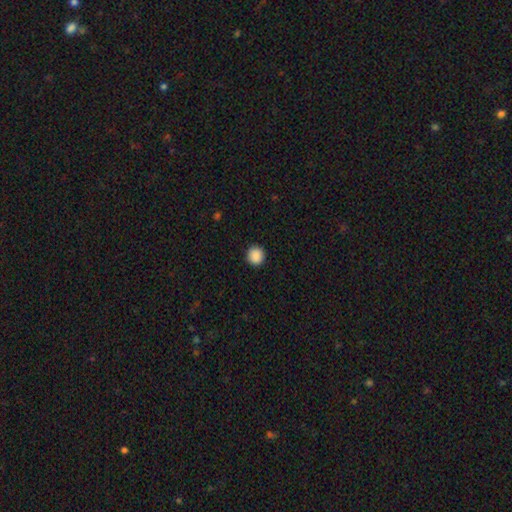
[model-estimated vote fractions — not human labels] Smooth or featured?
  - smooth: 89% *
  - star or artifact: 9%
  - featured or disk: 2%
How rounded?
  - round: 94% *
  - in between: 5%
  - cigar-shaped: 1%
Merging?
  - none: 92% *
  - minor disturbance: 5%
  - major disturbance: 2%
  - merger: 1%